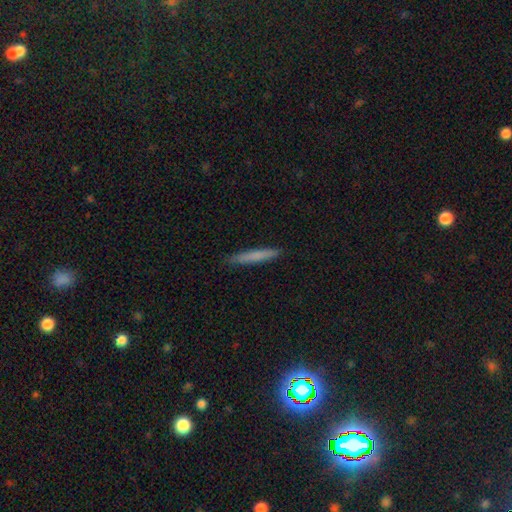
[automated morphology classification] smooth_or_featured: smooth (p=0.74) [alt: featured or disk p=0.20]
how_rounded: cigar-shaped (p=0.96) [alt: in between p=0.03]
merging: none (p=0.90) [alt: minor disturbance p=0.08]